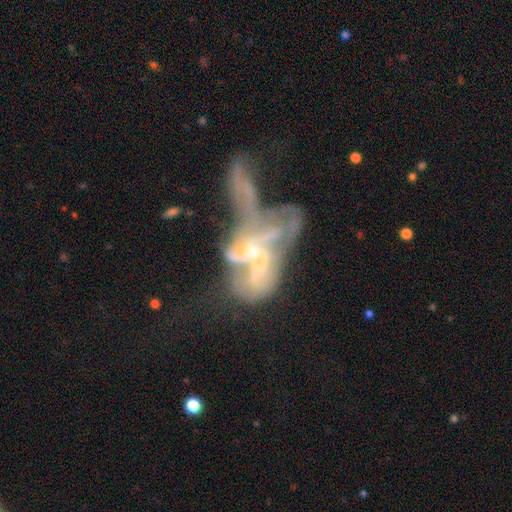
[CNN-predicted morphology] smooth-or-featured: featured or disk: 69% | smooth: 18% | star or artifact: 13%
  disk-edge-on: no: 92% | yes: 8%
    bar: no: 69% | weak: 22% | strong: 9%
    has-spiral-arms: no: 54% | yes: 46%
    bulge-size: small: 45% | moderate: 34% | none: 15% | large: 4% | dominant: 2%
  merging: merger: 60% | major disturbance: 28% | none: 7% | minor disturbance: 5%